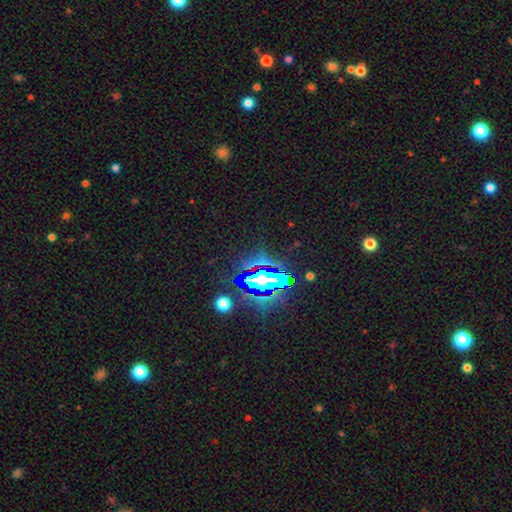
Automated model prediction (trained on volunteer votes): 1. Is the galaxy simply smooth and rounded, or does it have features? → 83% star or artifact, 9% smooth, 7% featured or disk.